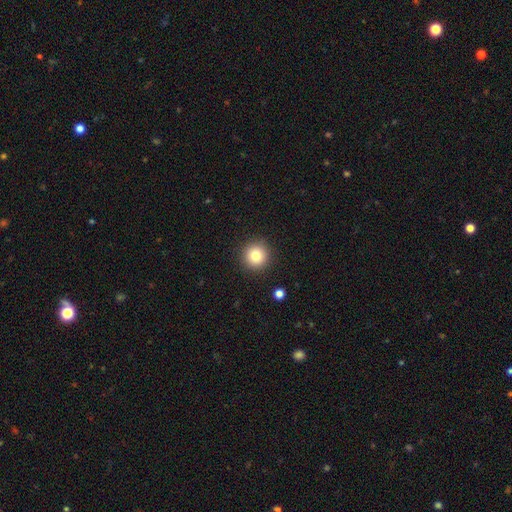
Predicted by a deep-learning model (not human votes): This is likely a smooth galaxy (80%). How rounded: clearly round (95%). Merging: clearly none (91%).